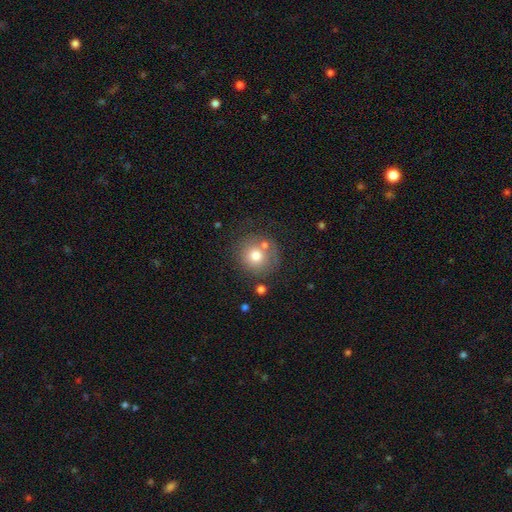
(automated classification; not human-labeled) Morphology: type=smooth (73%); roundness=round (92%); merging=none (68%).